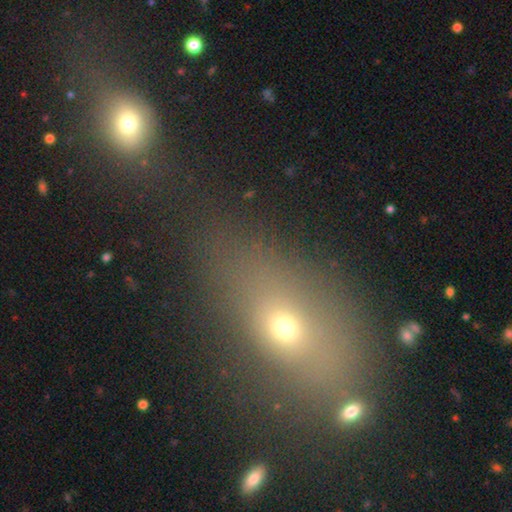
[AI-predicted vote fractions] This is possibly a smooth galaxy (56%). How rounded: likely in between (64%). Merging: possibly none (57%).